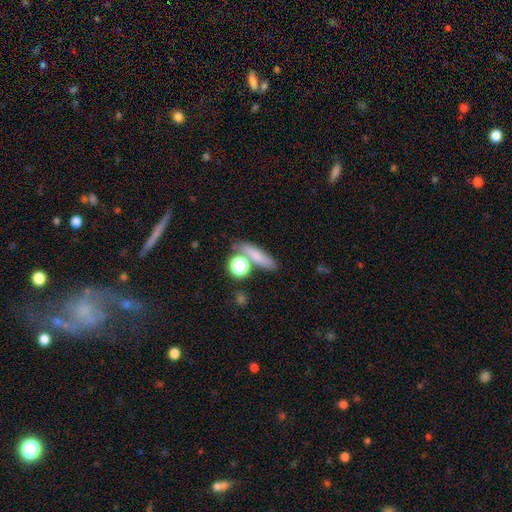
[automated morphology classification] The model was most divided on "how rounded": cigar-shaped: 52%, in between: 30%, round: 19%. More confident: smooth or featured — smooth (72%); merging — none (64%).